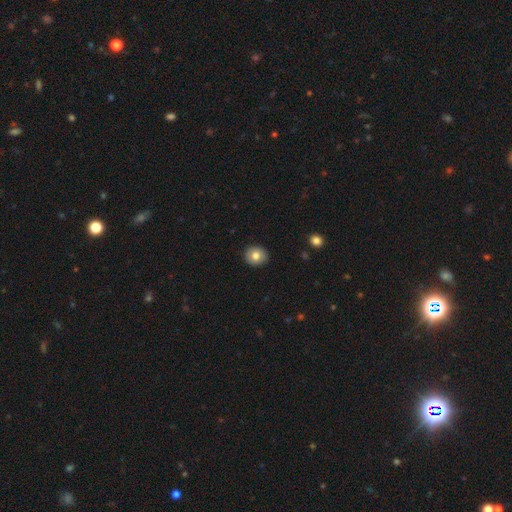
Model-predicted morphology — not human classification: type=smooth (80%); roundness=round (79%); merging=none (90%).